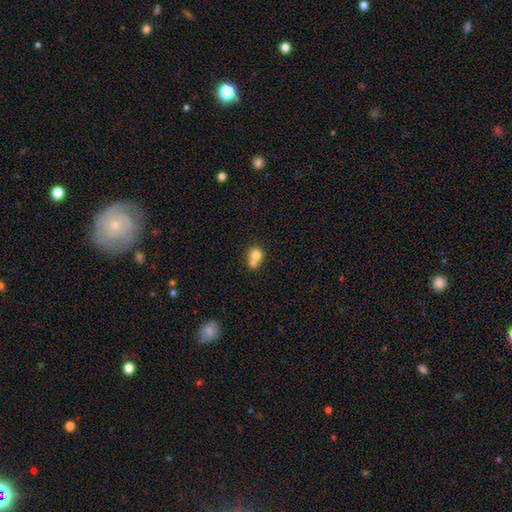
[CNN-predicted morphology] A smooth galaxy with no disk features (74%) that is round (70%). Merging: merger (61%).